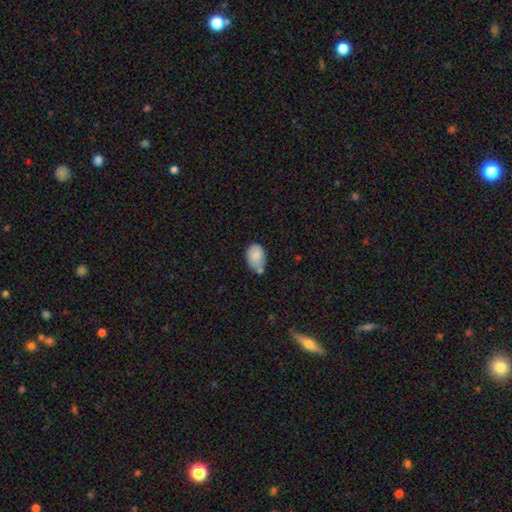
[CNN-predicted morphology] Q: Smooth or featured?
A: smooth (83%); runner-up: featured or disk (10%)
Q: How rounded?
A: in between (86%); runner-up: round (13%)
Q: Merging?
A: none (48%); runner-up: minor disturbance (28%)